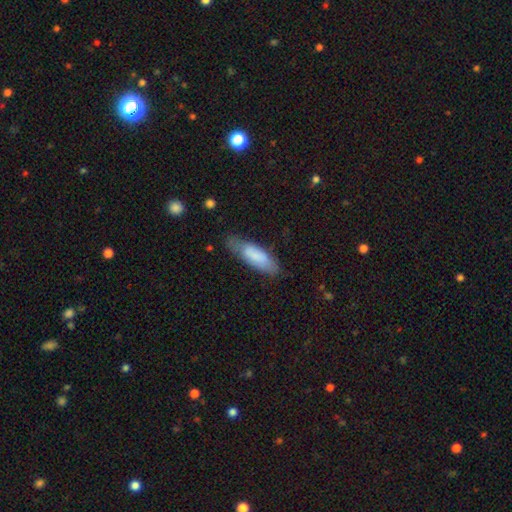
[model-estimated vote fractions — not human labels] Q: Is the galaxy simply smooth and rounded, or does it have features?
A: smooth — 77%.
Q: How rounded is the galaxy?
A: in between — 53%.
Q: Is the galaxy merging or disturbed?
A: none — 67%.